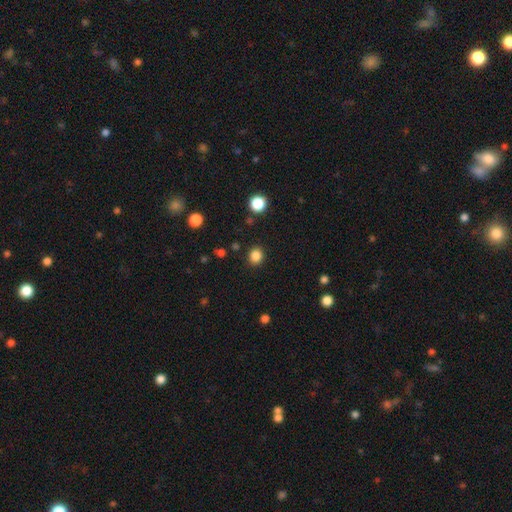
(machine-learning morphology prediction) smooth_or_featured: smooth (p=0.84) [alt: star or artifact p=0.12]
how_rounded: round (p=0.79) [alt: in between p=0.20]
merging: none (p=0.89) [alt: minor disturbance p=0.07]